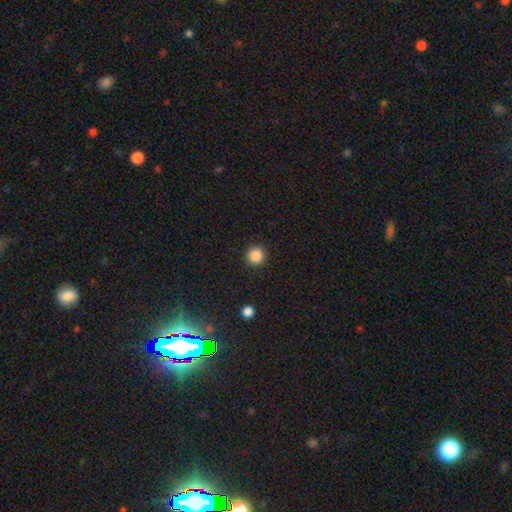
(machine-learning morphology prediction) smooth_or_featured: smooth (p=0.86) [alt: star or artifact p=0.10]
how_rounded: round (p=0.95) [alt: in between p=0.04]
merging: none (p=0.92) [alt: minor disturbance p=0.05]